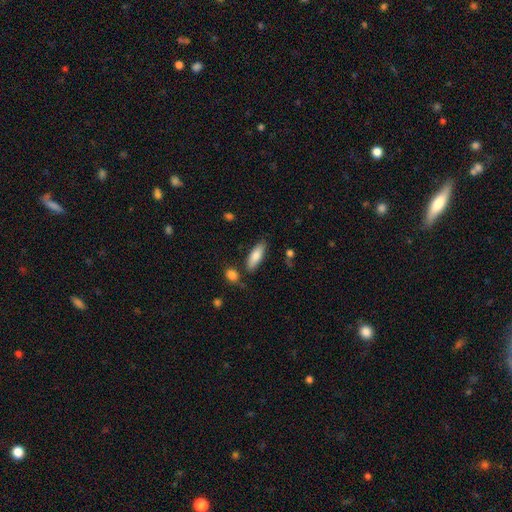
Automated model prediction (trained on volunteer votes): Morphology: type=smooth (81%); roundness=in between (63%); merging=none (77%).